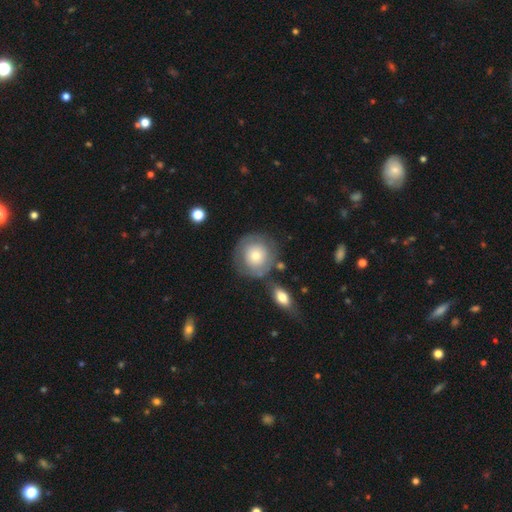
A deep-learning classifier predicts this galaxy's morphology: A smooth galaxy with no disk features (60%) that is round (91%). Merging: none (70%).